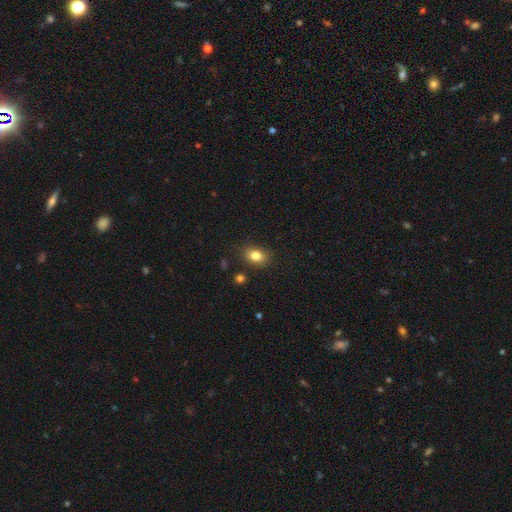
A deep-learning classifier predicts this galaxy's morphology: Smooth or featured: smooth — 83% (star or artifact — 10%)
How rounded: in between — 65% (round — 34%)
Merging: none — 85% (minor disturbance — 11%)